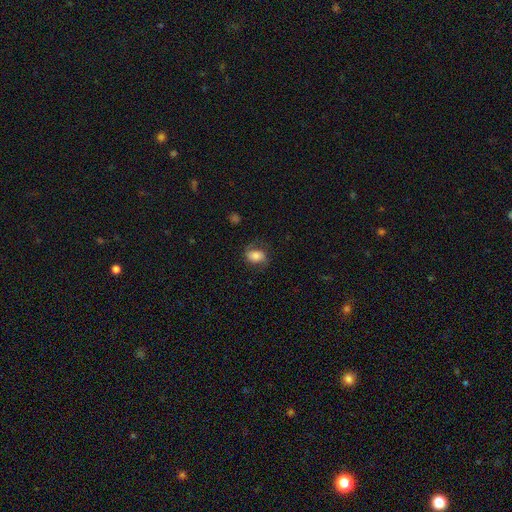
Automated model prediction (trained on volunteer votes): smooth 62%, featured or disk 29%, star or artifact 9%. Down the decision tree: how rounded — in between (72%); merging — none (65%).